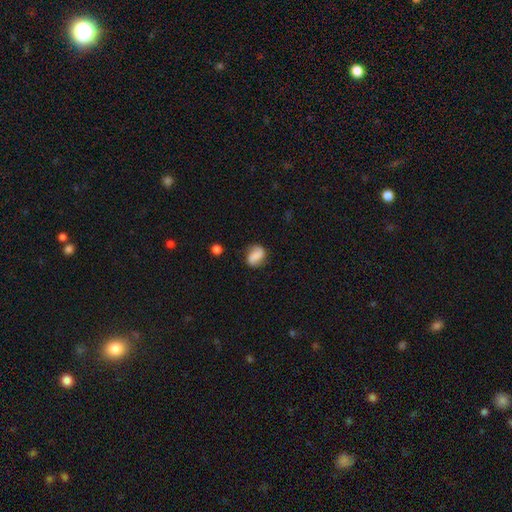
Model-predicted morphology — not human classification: smooth-or-featured: smooth: 62% | featured or disk: 29% | star or artifact: 10%
  how-rounded: in between: 68% | round: 29% | cigar-shaped: 3%
  merging: none: 68% | minor disturbance: 22% | major disturbance: 8% | merger: 3%